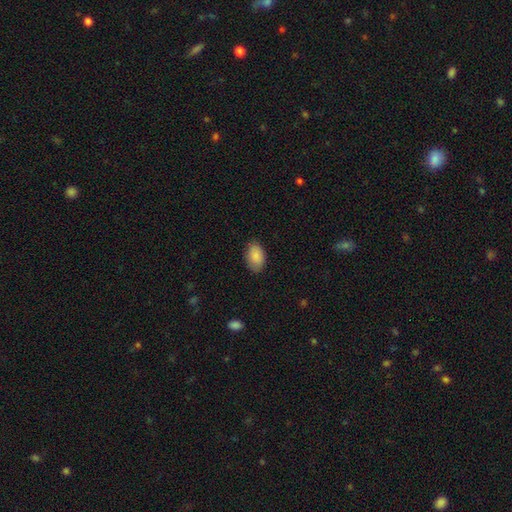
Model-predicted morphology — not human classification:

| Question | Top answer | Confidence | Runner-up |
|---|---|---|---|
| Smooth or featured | smooth | 89% | star or artifact (7%) |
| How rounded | in between | 91% | round (8%) |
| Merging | none | 82% | minor disturbance (14%) |